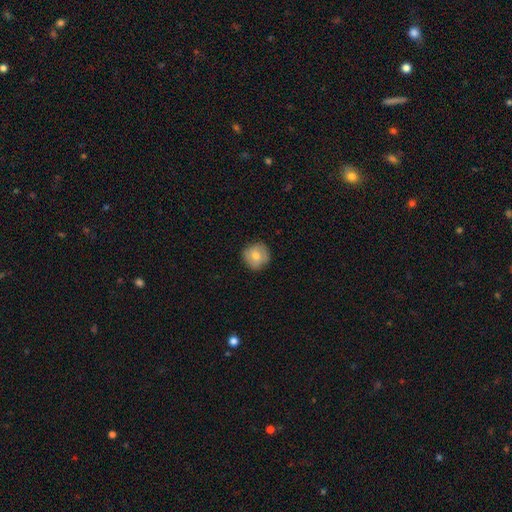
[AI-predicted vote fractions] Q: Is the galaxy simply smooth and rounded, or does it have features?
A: smooth — 70%.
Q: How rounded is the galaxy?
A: round — 92%.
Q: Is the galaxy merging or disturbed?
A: none — 82%.